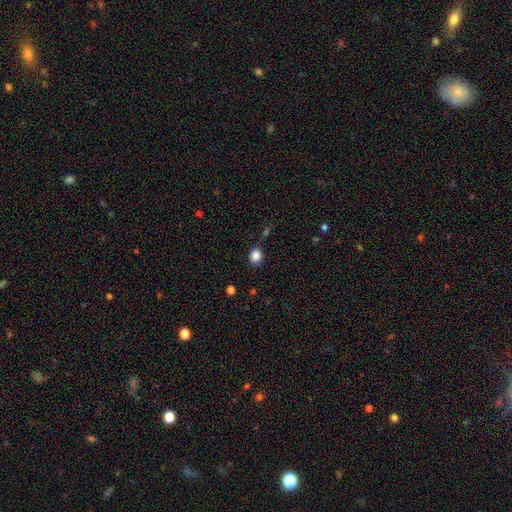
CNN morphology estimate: Q: Smooth or featured?
A: smooth (86%); runner-up: star or artifact (10%)
Q: How rounded?
A: round (50%); runner-up: in between (49%)
Q: Merging?
A: none (80%); runner-up: minor disturbance (13%)